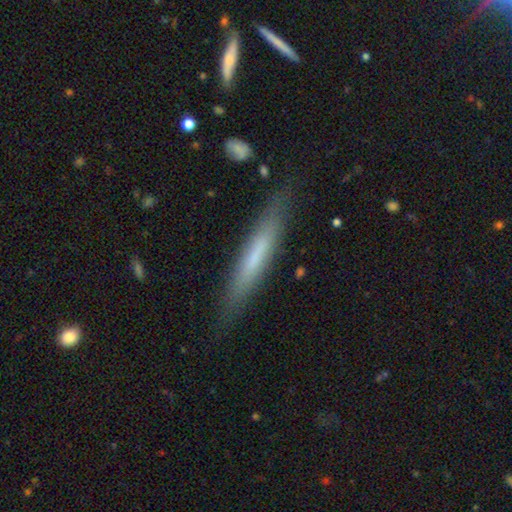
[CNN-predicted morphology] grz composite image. It shows a smooth galaxy with no disk features (56%) that is cigar-shaped (93%). Merging: none (85%).